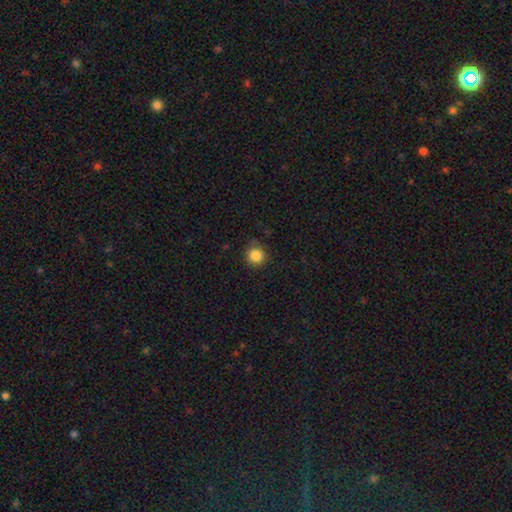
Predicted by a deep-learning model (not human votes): Overall: smooth (85%). How rounded: round (92%). Merging: none (83%).